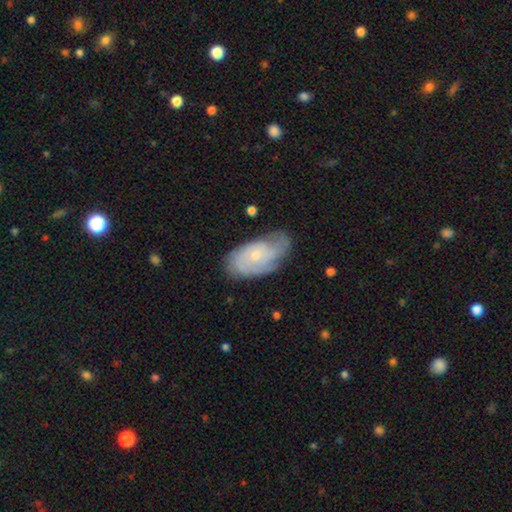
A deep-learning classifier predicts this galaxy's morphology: Overall: featured or disk (60%; smooth 33%). Edge-on disk: no (94%). Bar: no (81%). Spiral arms: yes (81%). Bulge size: small (73%). Merging: none (60%; minor disturbance 30%).